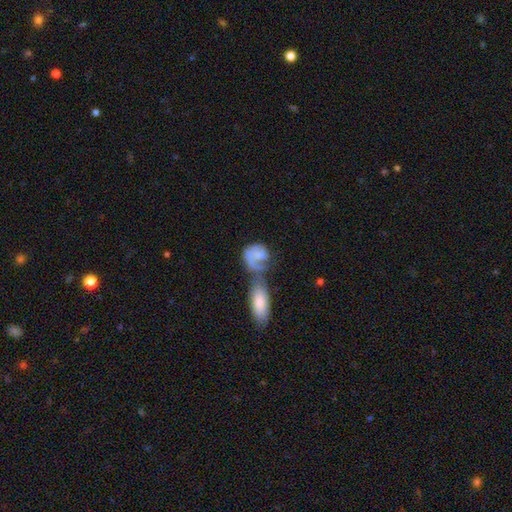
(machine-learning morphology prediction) A smooth galaxy with no disk features (49%). Merging: merger (40%).